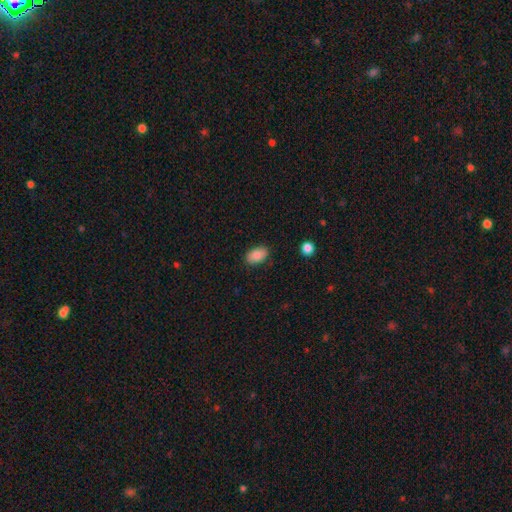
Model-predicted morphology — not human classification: A smooth galaxy with no disk features (86%) that is in between round and cigar-shaped (90%). Merging: none (87%).